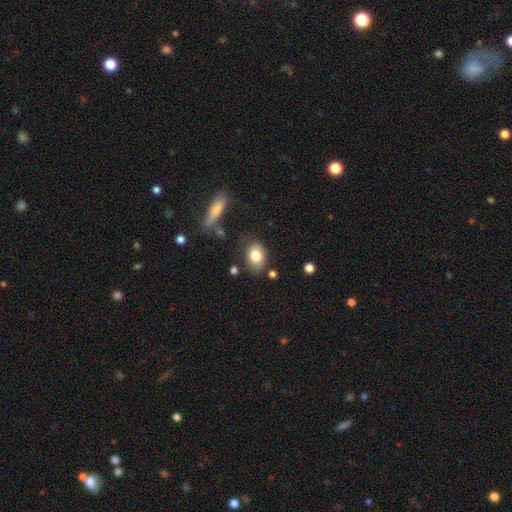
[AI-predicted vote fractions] Morphology: type=smooth (80%); roundness=in between (72%); merging=none (75%).